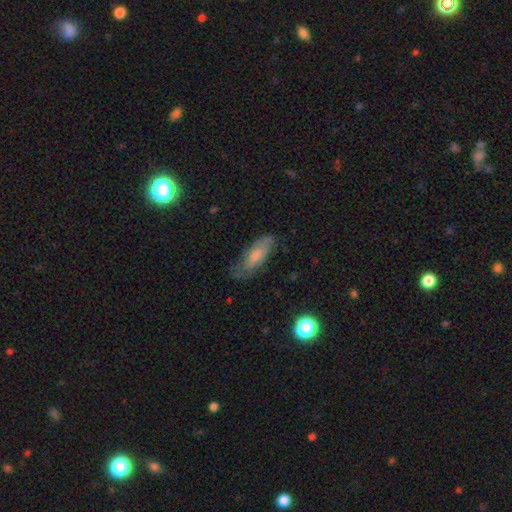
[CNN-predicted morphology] Overall: smooth (59%; featured or disk 32%). How rounded: in between (65%; cigar-shaped 33%). Merging: none (67%).